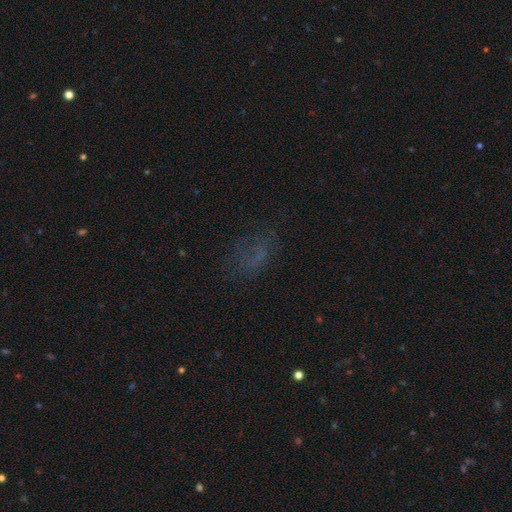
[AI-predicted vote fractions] smooth 45%, star or artifact 30%, featured or disk 25%. Down the decision tree: merging — none (55%).